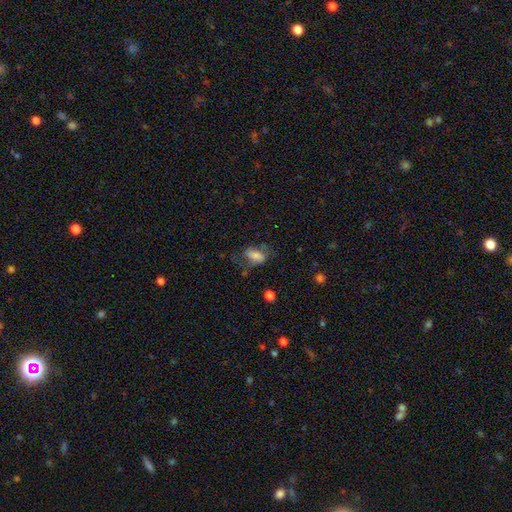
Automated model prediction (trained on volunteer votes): smooth-or-featured: smooth: 66% | featured or disk: 25% | star or artifact: 9%
  how-rounded: in between: 86% | round: 9% | cigar-shaped: 6%
  merging: none: 50% | minor disturbance: 27% | major disturbance: 20% | merger: 3%